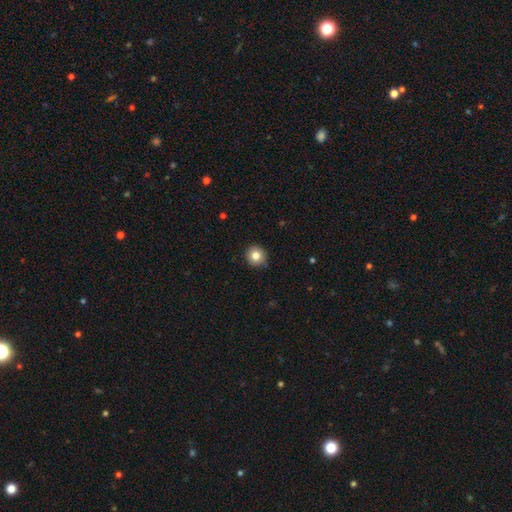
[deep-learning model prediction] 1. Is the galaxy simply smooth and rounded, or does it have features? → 82% smooth, 10% star or artifact, 8% featured or disk.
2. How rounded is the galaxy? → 92% round, 7% in between, 1% cigar-shaped.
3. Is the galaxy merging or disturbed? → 91% none, 7% minor disturbance, 2% major disturbance, 1% merger.